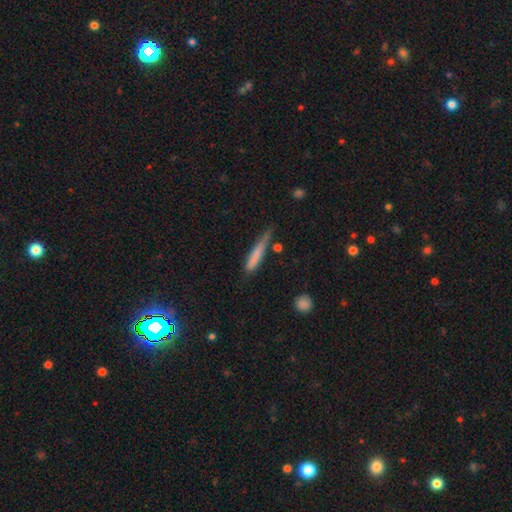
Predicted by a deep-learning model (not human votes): Smooth or featured?
  - smooth: 72% *
  - featured or disk: 21%
  - star or artifact: 7%
How rounded?
  - cigar-shaped: 91% *
  - in between: 7%
  - round: 2%
Merging?
  - none: 57% *
  - minor disturbance: 30%
  - major disturbance: 8%
  - merger: 5%